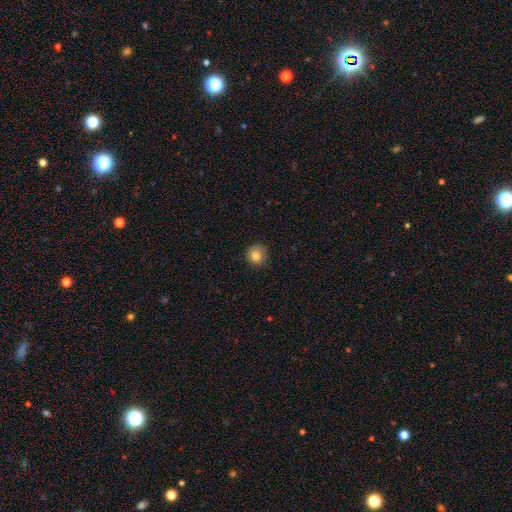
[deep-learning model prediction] Q: Smooth or featured?
A: smooth (82%); runner-up: star or artifact (10%)
Q: How rounded?
A: round (89%); runner-up: in between (10%)
Q: Merging?
A: none (79%); runner-up: minor disturbance (17%)